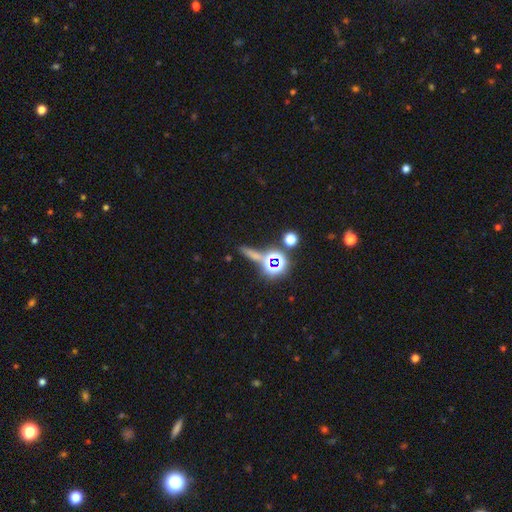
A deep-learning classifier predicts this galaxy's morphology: smooth_or_featured: smooth (p=0.44) [alt: star or artifact p=0.41]
merging: none (p=0.70) [alt: minor disturbance p=0.12]